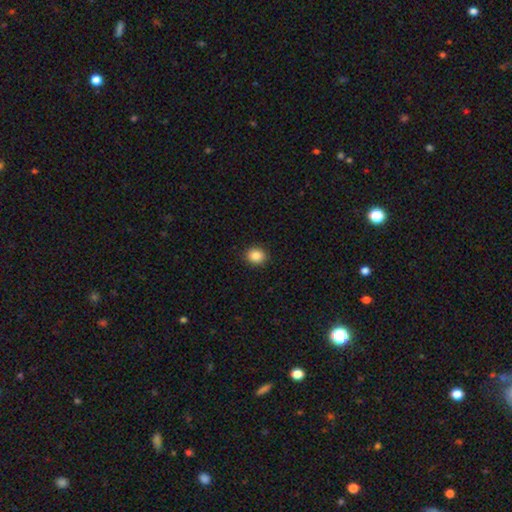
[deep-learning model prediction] Smooth or featured? Predicted: smooth (p=0.87). How rounded? Predicted: round (p=0.75). Merging? Predicted: none (p=0.92).